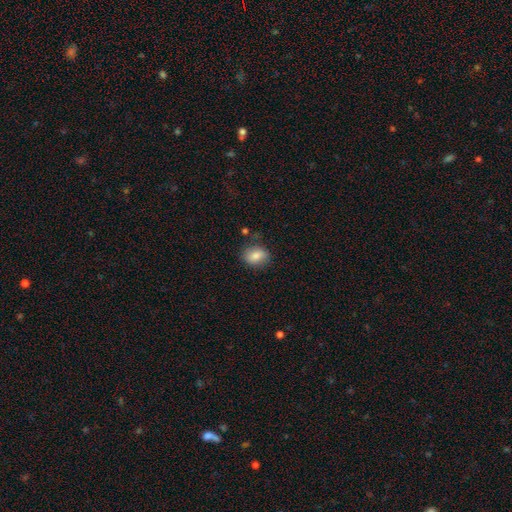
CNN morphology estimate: smooth_or_featured: smooth (p=0.82) [alt: featured or disk p=0.10]
how_rounded: in between (p=0.58) [alt: round p=0.40]
merging: none (p=0.80) [alt: minor disturbance p=0.14]